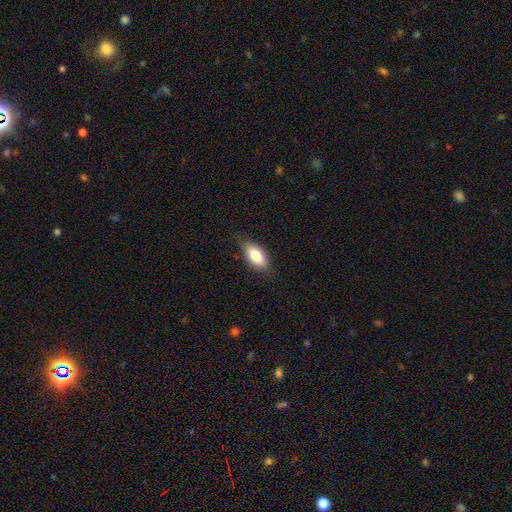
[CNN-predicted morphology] The model was most divided on "smooth or featured": smooth: 79%, featured or disk: 14%, star or artifact: 7%. More confident: how rounded — in between (87%); merging — none (82%).